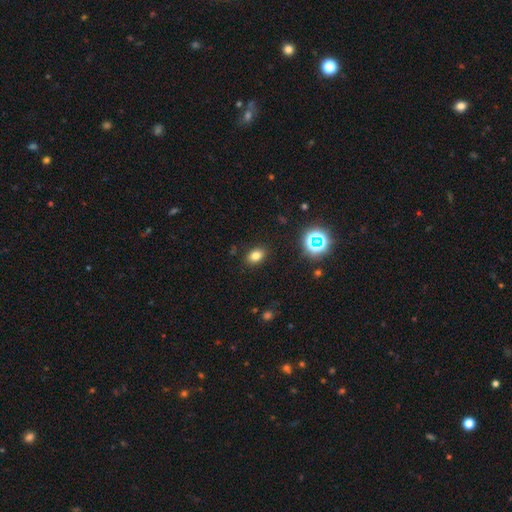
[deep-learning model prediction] smooth-or-featured: smooth: 77% | star or artifact: 16% | featured or disk: 7%
  how-rounded: in between: 73% | round: 26% | cigar-shaped: 1%
  merging: none: 87% | minor disturbance: 9% | major disturbance: 3% | merger: 1%